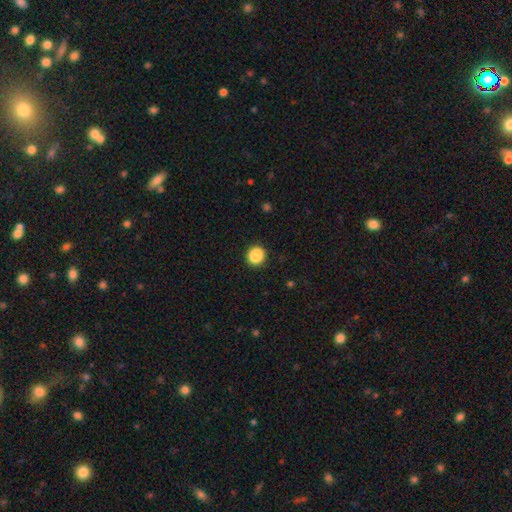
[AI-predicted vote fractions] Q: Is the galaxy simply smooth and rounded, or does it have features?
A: smooth — 87%.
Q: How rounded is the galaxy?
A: round — 86%.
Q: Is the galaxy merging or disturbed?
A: none — 87%.